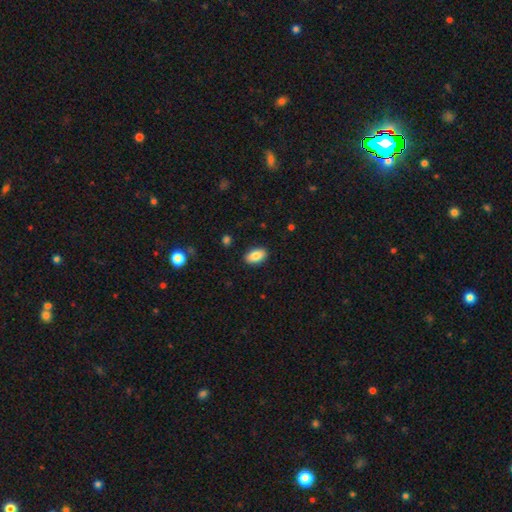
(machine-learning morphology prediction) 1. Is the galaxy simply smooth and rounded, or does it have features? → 85% smooth, 8% featured or disk, 7% star or artifact.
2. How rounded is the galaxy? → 93% in between, 5% round, 2% cigar-shaped.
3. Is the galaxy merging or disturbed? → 89% none, 8% minor disturbance, 2% major disturbance, 1% merger.